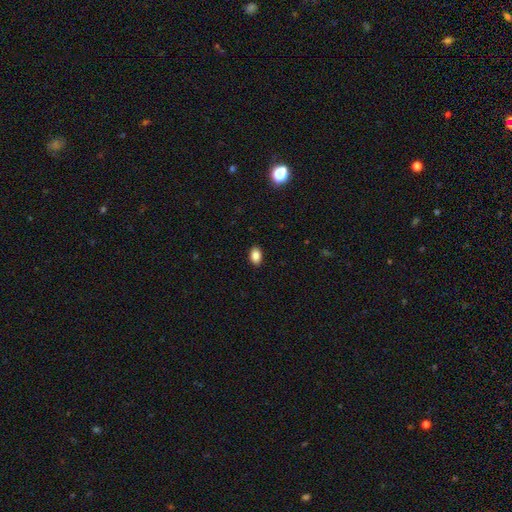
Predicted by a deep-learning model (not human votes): smooth 87%, star or artifact 9%, featured or disk 5%. Down the decision tree: how rounded — in between (87%); merging — none (90%).